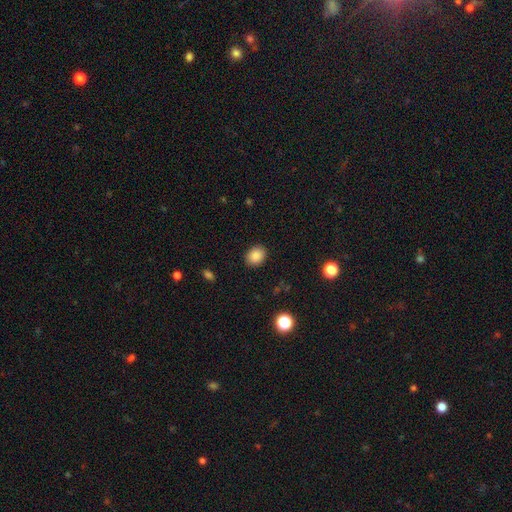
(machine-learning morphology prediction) smooth_or_featured: smooth (p=0.87) [alt: star or artifact p=0.09]
how_rounded: in between (p=0.53) [alt: round p=0.46]
merging: none (p=0.88) [alt: minor disturbance p=0.08]